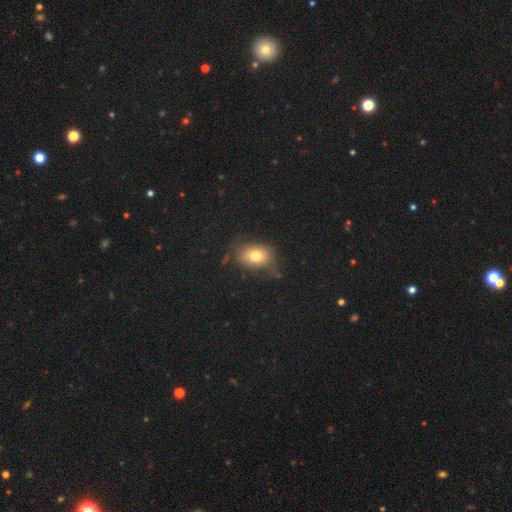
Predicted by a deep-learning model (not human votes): smooth 77%, featured or disk 12%, star or artifact 11%. Down the decision tree: how rounded — in between (73%); merging — none (66%).